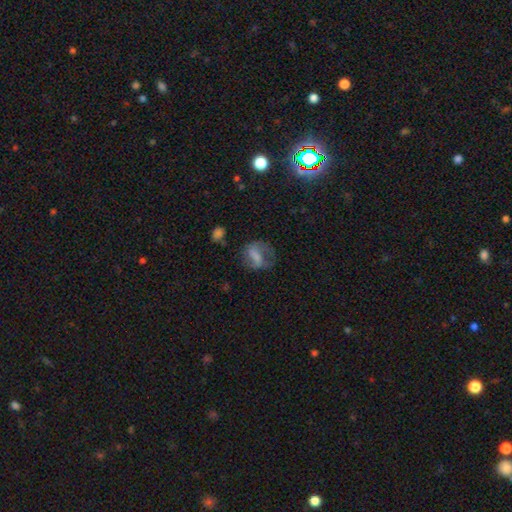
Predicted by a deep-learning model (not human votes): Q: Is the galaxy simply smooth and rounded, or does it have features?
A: smooth — 46%.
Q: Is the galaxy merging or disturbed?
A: none — 48%.